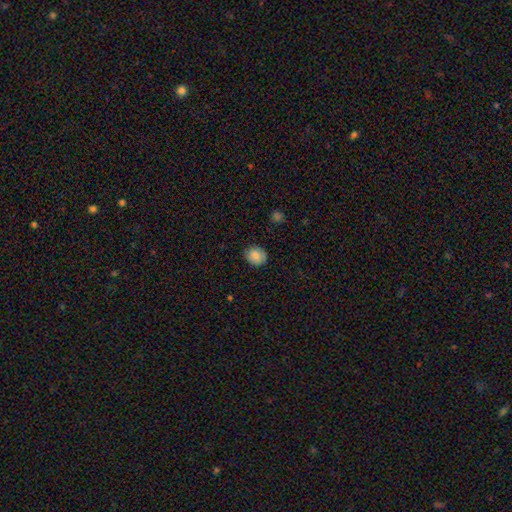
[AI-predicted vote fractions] smooth 84%, star or artifact 9%, featured or disk 8%. Down the decision tree: how rounded — round (67%); merging — none (85%).